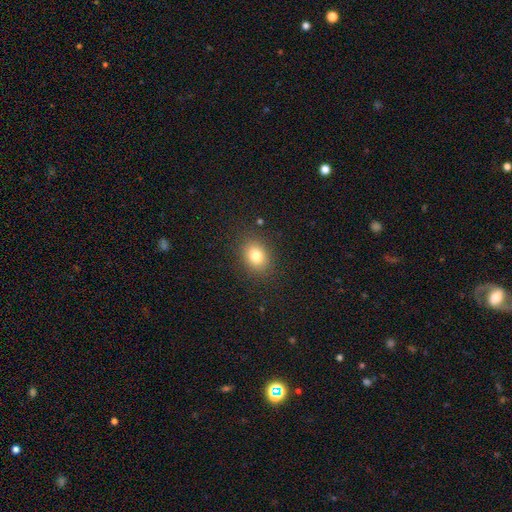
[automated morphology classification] smooth-or-featured: smooth: 79% | star or artifact: 12% | featured or disk: 9%
  how-rounded: in between: 57% | round: 41% | cigar-shaped: 1%
  merging: none: 86% | minor disturbance: 9% | major disturbance: 3% | merger: 1%